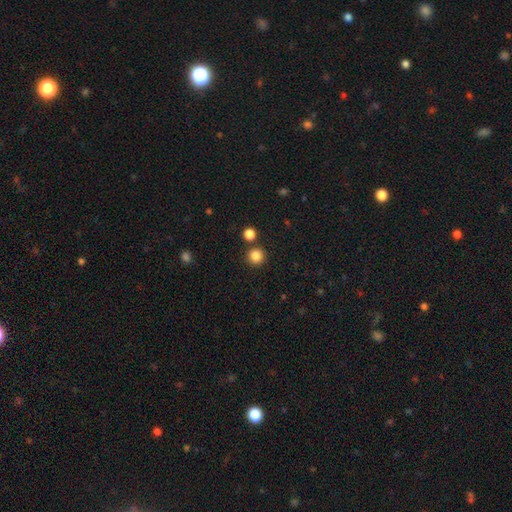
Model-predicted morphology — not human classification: Smooth or featured? Predicted: smooth (p=0.85). How rounded? Predicted: round (p=0.95). Merging? Predicted: none (p=0.85).